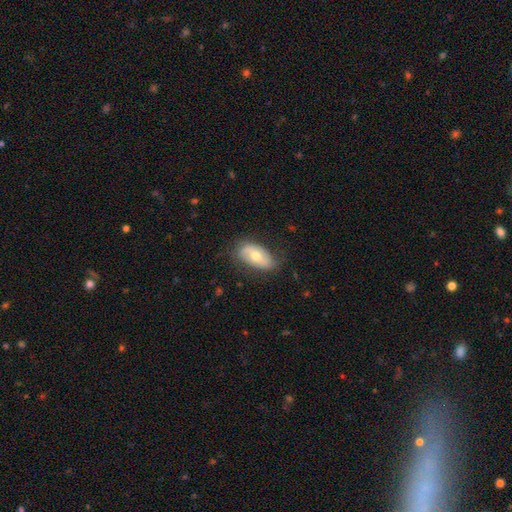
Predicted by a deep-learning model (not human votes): Smooth or featured: smooth — 52% (featured or disk — 42%)
How rounded: in between — 92% (round — 5%)
Merging: none — 73% (minor disturbance — 20%)